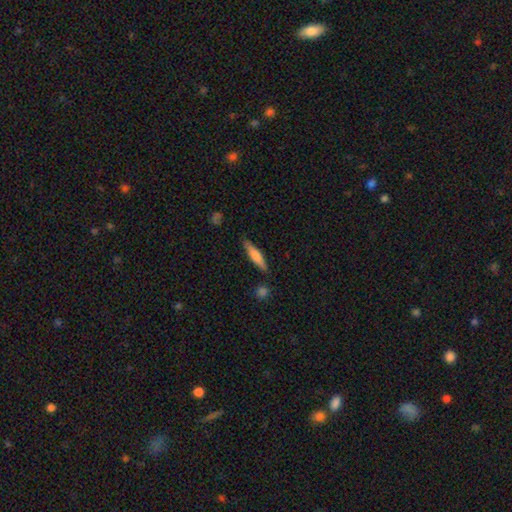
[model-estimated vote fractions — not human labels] Q: Smooth or featured?
A: smooth (67%); runner-up: featured or disk (27%)
Q: How rounded?
A: cigar-shaped (84%); runner-up: in between (15%)
Q: Merging?
A: none (83%); runner-up: minor disturbance (12%)